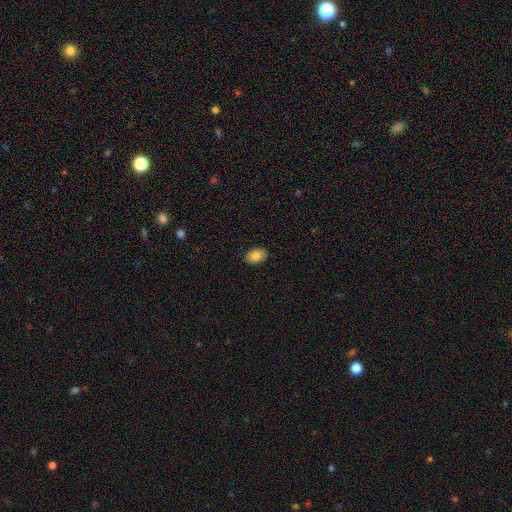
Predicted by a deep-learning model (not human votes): Overall: smooth (82%). How rounded: in between (82%). Merging: none (88%).